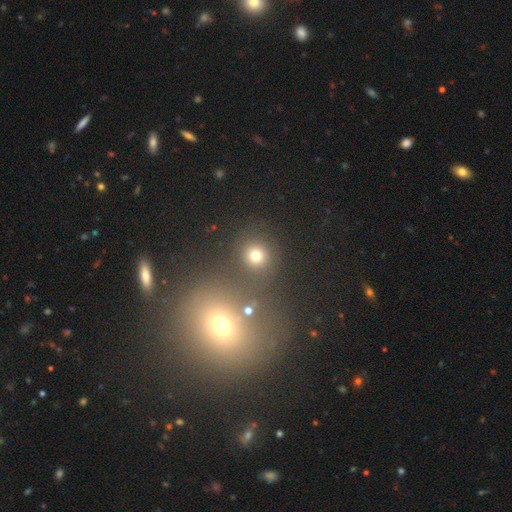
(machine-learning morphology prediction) smooth-or-featured: smooth: 72% | star or artifact: 21% | featured or disk: 7%
  how-rounded: round: 89% | in between: 10% | cigar-shaped: 1%
  merging: none: 82% | minor disturbance: 7% | merger: 7% | major disturbance: 4%